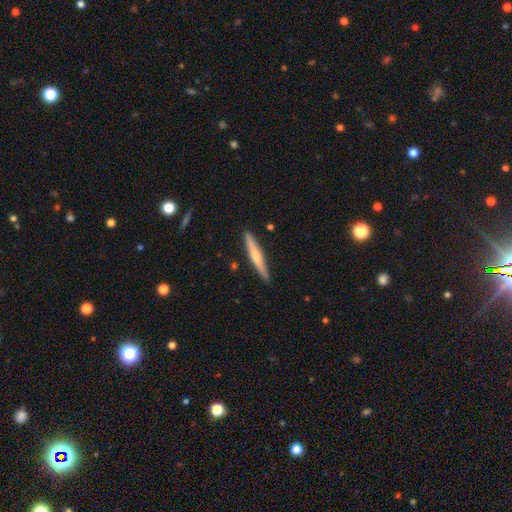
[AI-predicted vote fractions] This is possibly a featured or disk galaxy (50%). Merging: clearly none (90%).